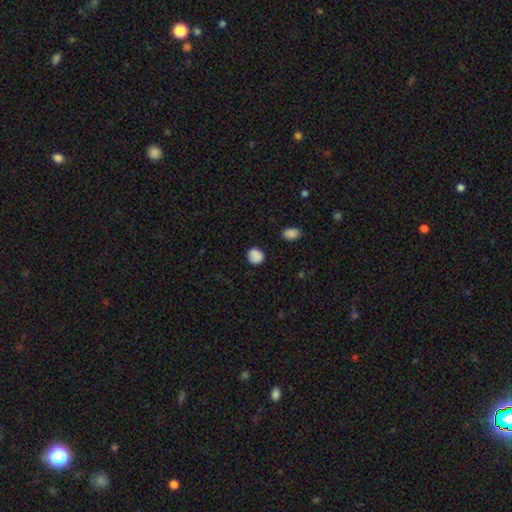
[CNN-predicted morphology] smooth-or-featured: smooth: 86% | star or artifact: 10% | featured or disk: 4%
  how-rounded: round: 83% | in between: 16% | cigar-shaped: 1%
  merging: none: 84% | minor disturbance: 11% | major disturbance: 3% | merger: 2%